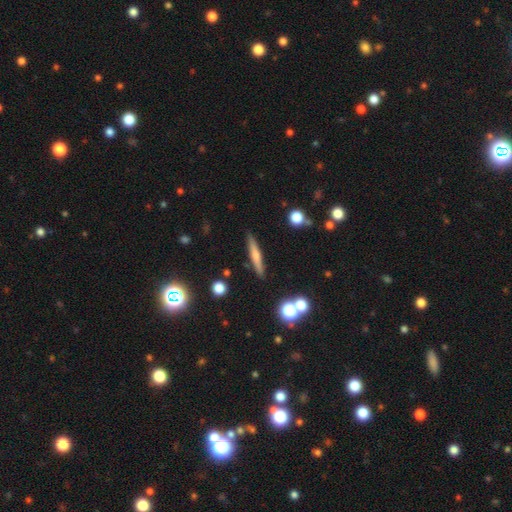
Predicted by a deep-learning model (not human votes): Smooth or featured?
  - smooth: 52% *
  - featured or disk: 40%
  - star or artifact: 8%
How rounded?
  - cigar-shaped: 92% *
  - in between: 5%
  - round: 2%
Merging?
  - none: 88% *
  - minor disturbance: 8%
  - merger: 2%
  - major disturbance: 2%